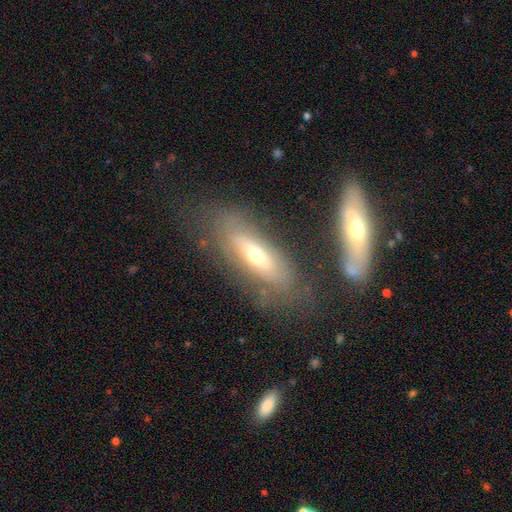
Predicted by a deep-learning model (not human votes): featured or disk 47%, smooth 45%, star or artifact 9%. Down the decision tree: merging — none (58%).